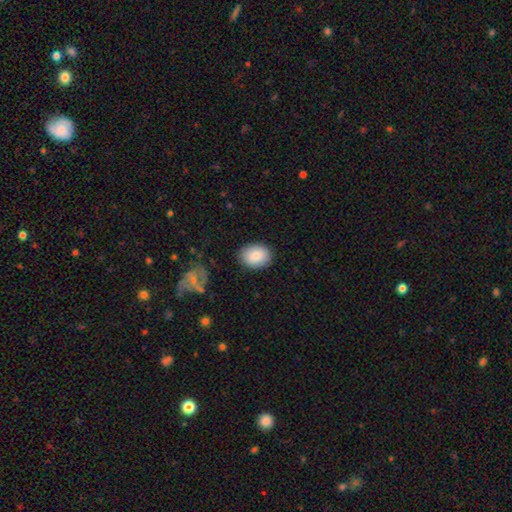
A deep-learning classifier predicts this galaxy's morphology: A smooth galaxy with no disk features (85%) that is in between round and cigar-shaped (66%). Merging: none (86%).